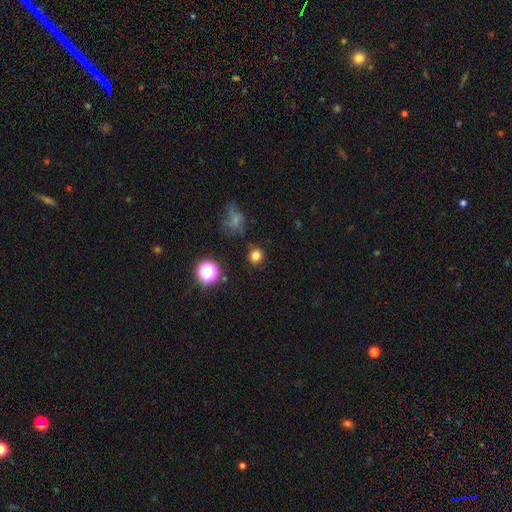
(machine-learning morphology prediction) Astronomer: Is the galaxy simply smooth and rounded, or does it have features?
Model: smooth — 79%.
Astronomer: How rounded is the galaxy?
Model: round — 88%.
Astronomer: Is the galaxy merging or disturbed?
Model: none — 85%.